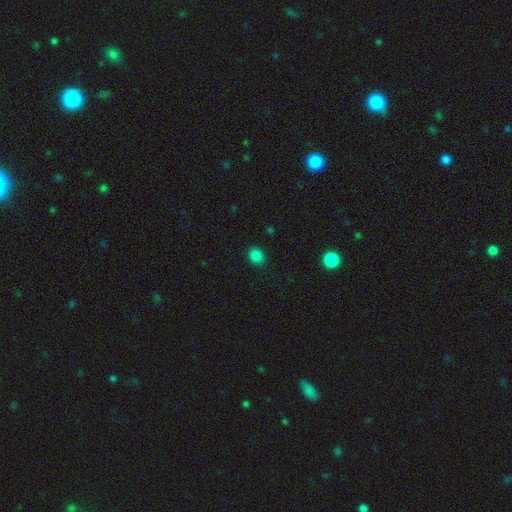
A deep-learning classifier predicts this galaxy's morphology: Q: Smooth or featured?
A: smooth (83%); runner-up: star or artifact (13%)
Q: How rounded?
A: round (72%); runner-up: in between (27%)
Q: Merging?
A: none (90%); runner-up: minor disturbance (7%)